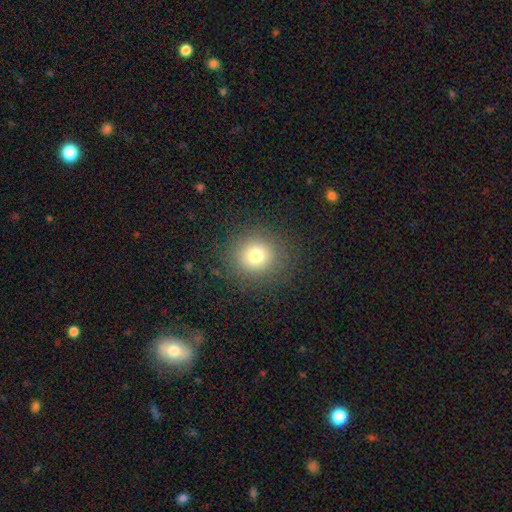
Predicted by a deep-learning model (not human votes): Smooth or featured? Predicted: smooth (p=0.75). How rounded? Predicted: round (p=0.89). Merging? Predicted: none (p=0.88).